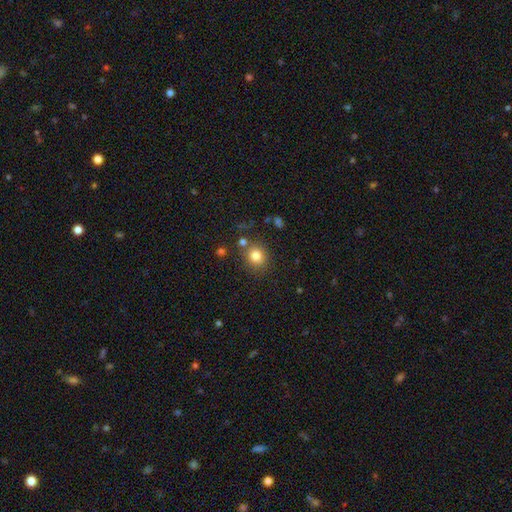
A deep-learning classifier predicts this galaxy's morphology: This appears to be a smooth galaxy with no disk features (81%) that is round (81%). Merging: none (77%).